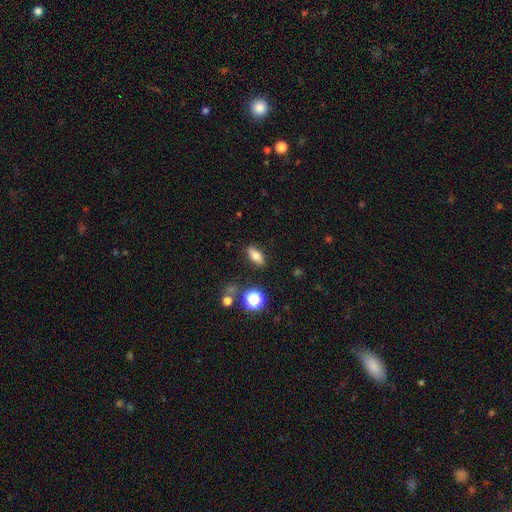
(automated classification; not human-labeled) Morphology: type=smooth (70%); roundness=in between (74%); merging=none (85%).